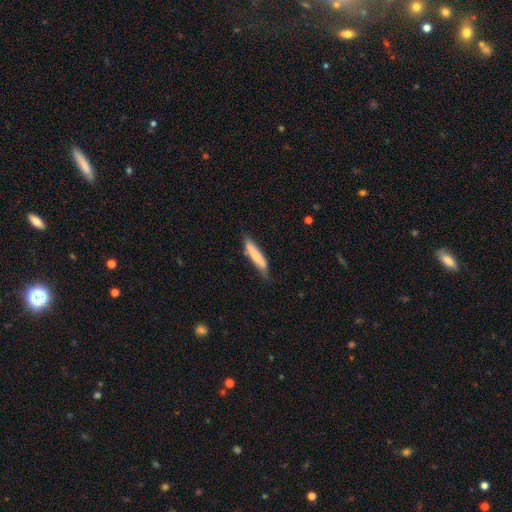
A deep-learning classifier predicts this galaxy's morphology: type=smooth (74%); roundness=cigar-shaped (83%); merging=none (63%).